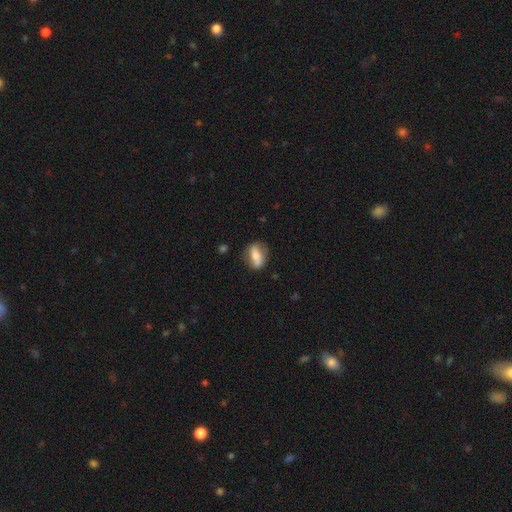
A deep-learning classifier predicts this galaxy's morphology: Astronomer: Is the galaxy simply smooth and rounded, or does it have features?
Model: smooth — 58% (runner-up: featured or disk, 35%).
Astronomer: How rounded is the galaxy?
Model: in between — 75%.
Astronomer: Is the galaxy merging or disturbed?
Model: none — 71%.